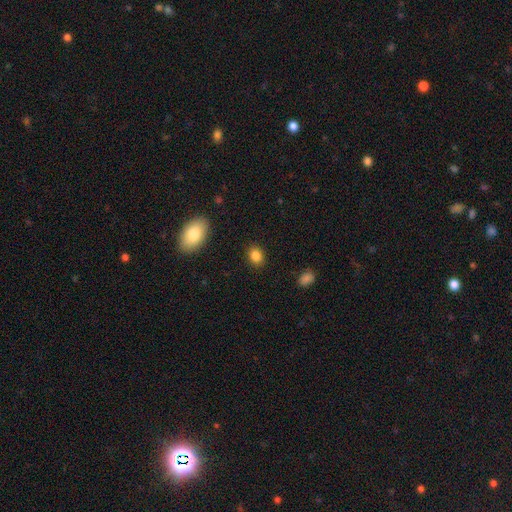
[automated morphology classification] Smooth or featured: smooth — 85% (star or artifact — 10%)
How rounded: in between — 54% (round — 44%)
Merging: none — 88% (minor disturbance — 8%)